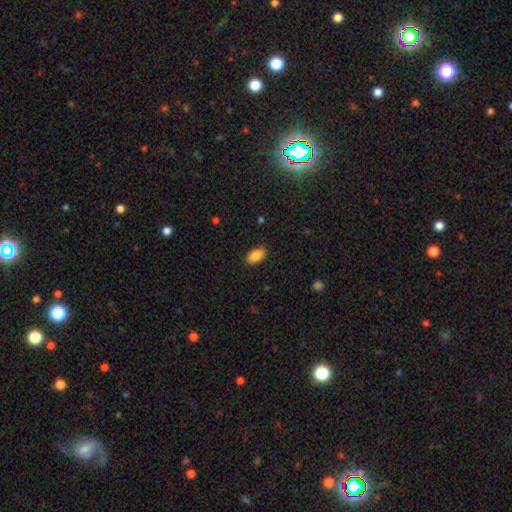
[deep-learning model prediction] Smooth or featured? smooth (87%)
How rounded? in between (93%)
Merging? none (87%)